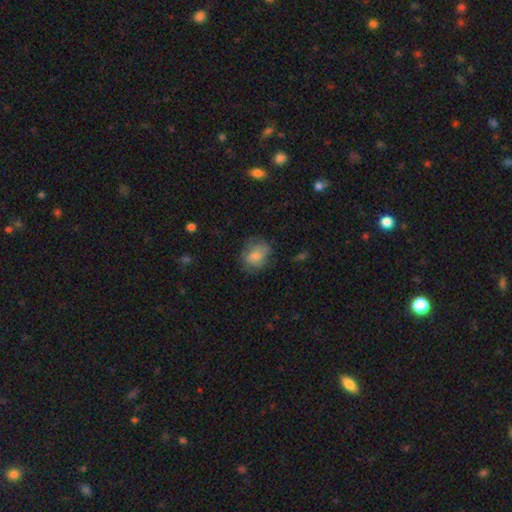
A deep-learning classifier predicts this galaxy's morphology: type=smooth (71%); roundness=round (54%); merging=none (60%).